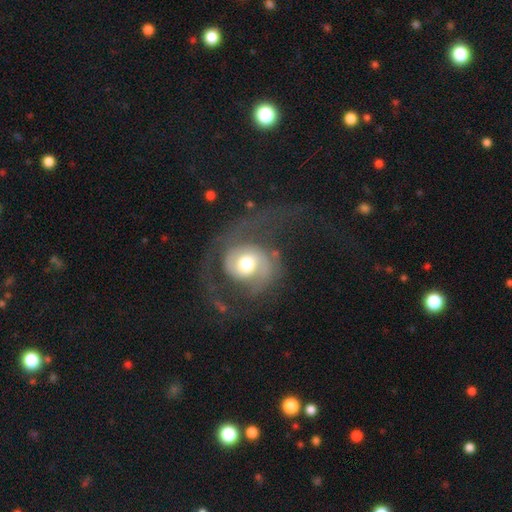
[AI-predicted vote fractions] smooth-or-featured: featured or disk: 78% | smooth: 15% | star or artifact: 8%
  disk-edge-on: no: 97% | yes: 3%
    bar: no: 64% | weak: 27% | strong: 9%
    has-spiral-arms: yes: 88% | no: 12%
      spiral-winding: medium: 44% | loose: 33% | tight: 23%
      spiral-arm-count: 2: 68% | 1: 16% | can't tell: 9% | 3: 3% | 4: 2% | more than 4: 2%
    bulge-size: moderate: 63% | large: 18% | small: 15% | dominant: 3% | none: 1%
  merging: none: 50% | major disturbance: 32% | minor disturbance: 15% | merger: 3%